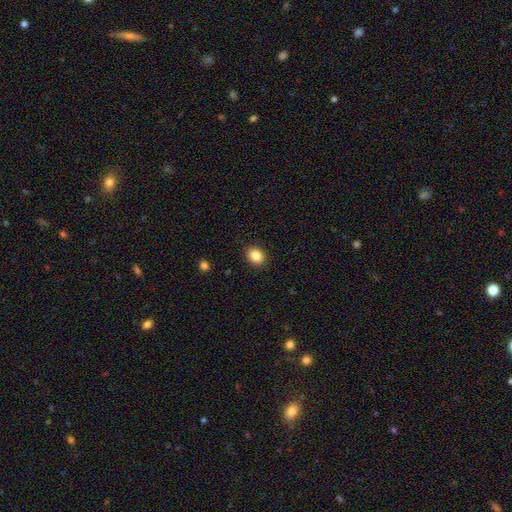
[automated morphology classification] Smooth or featured: smooth — 86% (star or artifact — 10%)
How rounded: round — 52% (in between — 47%)
Merging: none — 90% (minor disturbance — 7%)